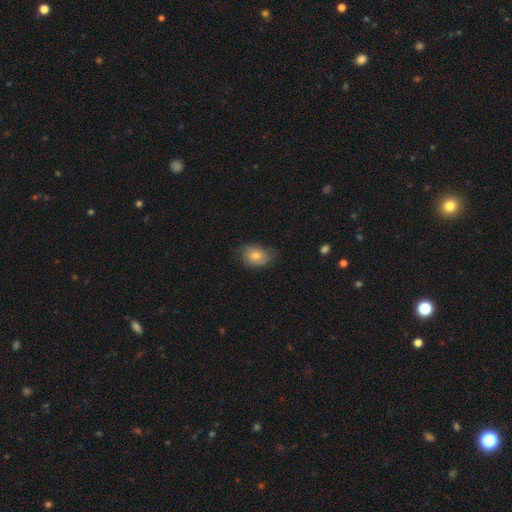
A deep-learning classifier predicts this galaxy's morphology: This appears to be a smooth galaxy with no disk features (71%) that is in between round and cigar-shaped (69%). Merging: none (66%).